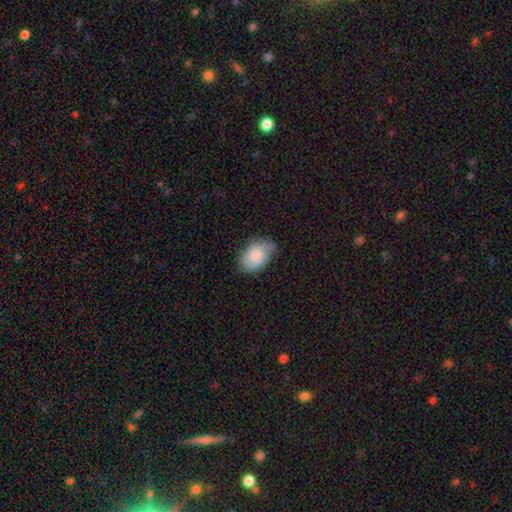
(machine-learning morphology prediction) A smooth galaxy with no disk features (69%) that is in between round and cigar-shaped (85%).

Vote fractions:
- Smooth or featured? smooth: 69% / featured or disk: 24% / star or artifact: 7%
- How rounded? in between: 85% / round: 14% / cigar-shaped: 1%
- Merging? none: 52% / minor disturbance: 36% / major disturbance: 10% / merger: 2%